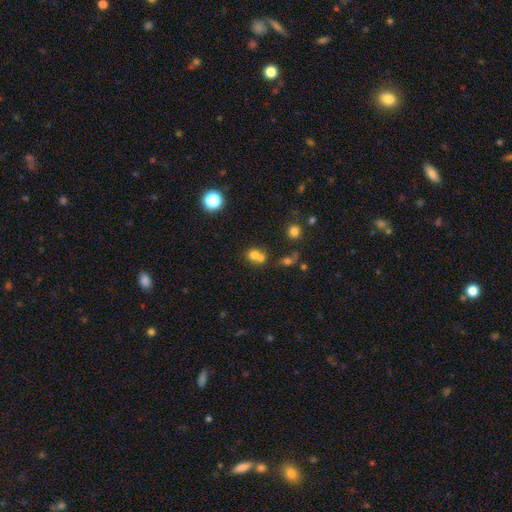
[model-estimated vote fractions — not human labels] Smooth or featured? Predicted: smooth (p=0.70). How rounded? Predicted: round (p=0.69). Merging? Predicted: merger (p=0.59).